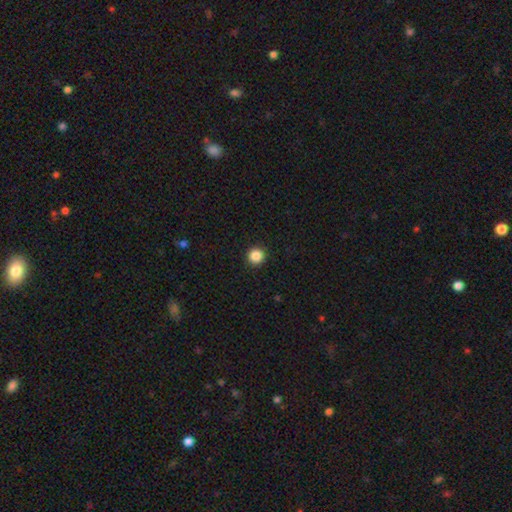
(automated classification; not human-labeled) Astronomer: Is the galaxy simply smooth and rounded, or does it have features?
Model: smooth — 87%.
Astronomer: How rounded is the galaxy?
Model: round — 96%.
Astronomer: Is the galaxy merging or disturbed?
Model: none — 93%.